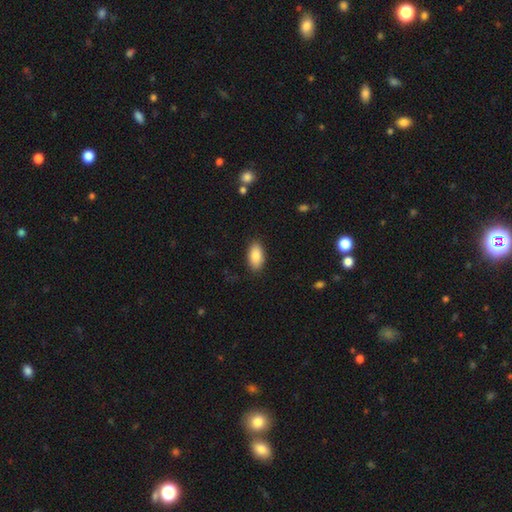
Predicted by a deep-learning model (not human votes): Overall: smooth (88%). How rounded: in between (93%). Merging: none (87%).